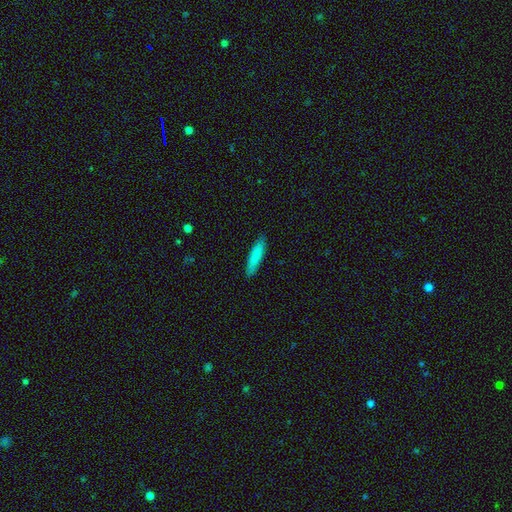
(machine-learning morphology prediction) smooth_or_featured: smooth (p=0.84) [alt: featured or disk p=0.10]
how_rounded: cigar-shaped (p=0.81) [alt: in between p=0.17]
merging: none (p=0.89) [alt: minor disturbance p=0.08]